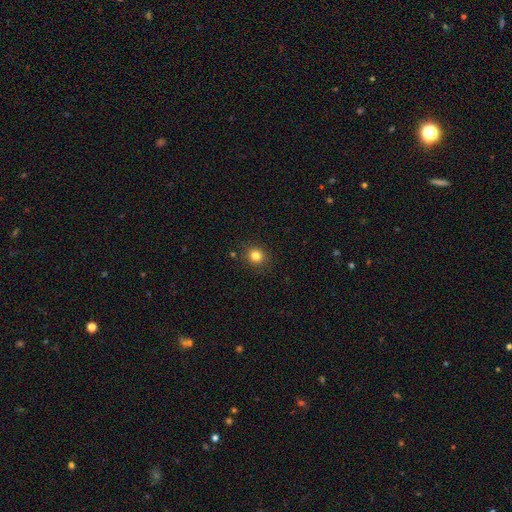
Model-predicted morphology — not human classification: smooth_or_featured: smooth (p=0.82) [alt: star or artifact p=0.13]
how_rounded: round (p=0.82) [alt: in between p=0.18]
merging: none (p=0.88) [alt: minor disturbance p=0.08]